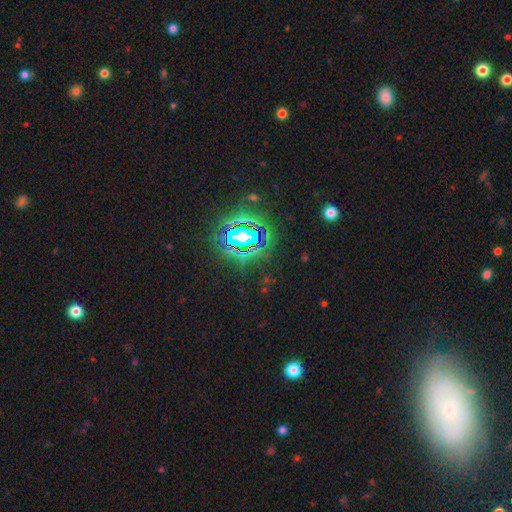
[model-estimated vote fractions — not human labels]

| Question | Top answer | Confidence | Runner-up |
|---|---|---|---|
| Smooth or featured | star or artifact | 74% | smooth (14%) |